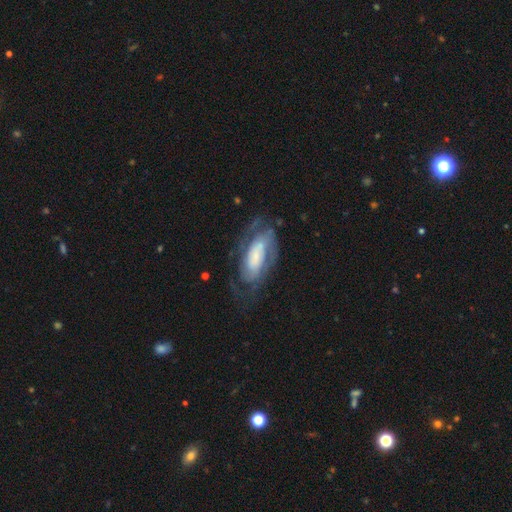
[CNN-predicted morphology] The model was most divided on "bulge size": small: 35%, large: 25%, moderate: 19%, none: 15%, dominant: 6%. More confident: edge-on disk — no (93%); spiral arms — yes (88%); smooth or featured — featured or disk (74%); merging — none (62%); bar — no (55%); spiral arm count — 2 (52%); spiral winding — tight (51%).